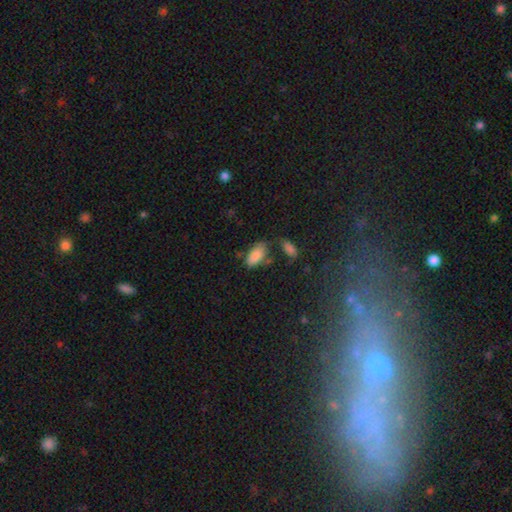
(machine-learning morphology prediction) Q: Smooth or featured?
A: smooth (85%); runner-up: star or artifact (8%)
Q: How rounded?
A: in between (92%); runner-up: cigar-shaped (6%)
Q: Merging?
A: none (54%); runner-up: minor disturbance (24%)